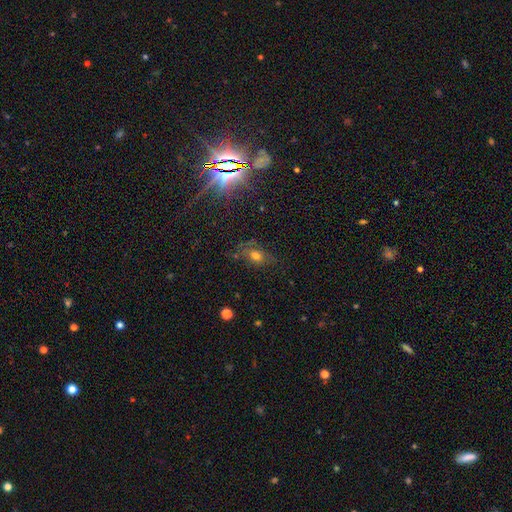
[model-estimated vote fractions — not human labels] smooth-or-featured: smooth: 53% | star or artifact: 24% | featured or disk: 23%
  how-rounded: in between: 71% | round: 24% | cigar-shaped: 5%
  merging: none: 62% | minor disturbance: 22% | major disturbance: 13% | merger: 4%